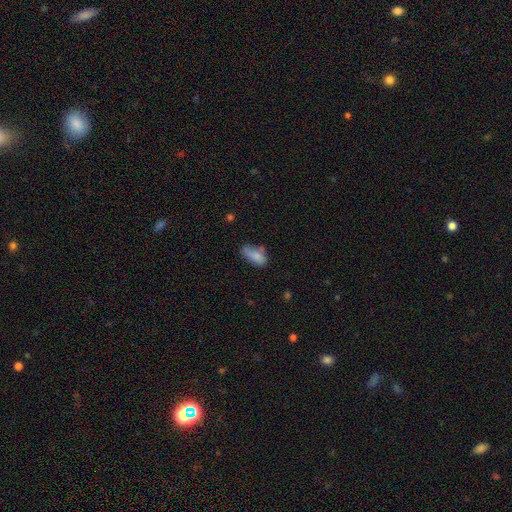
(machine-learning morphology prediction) type=smooth (79%); roundness=in between (85%); merging=none (44%).